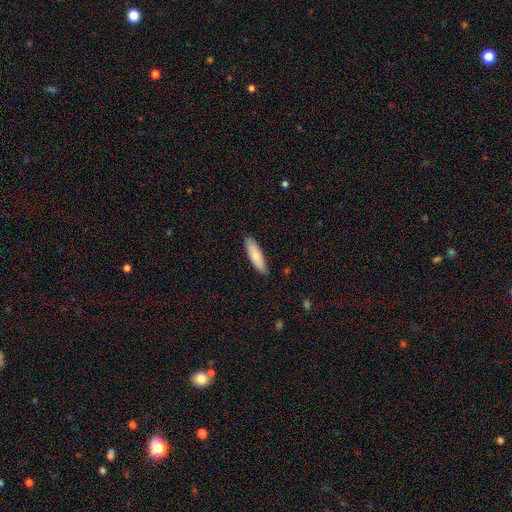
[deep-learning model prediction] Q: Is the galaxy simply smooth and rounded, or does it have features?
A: smooth — 79%.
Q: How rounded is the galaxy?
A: cigar-shaped — 61%.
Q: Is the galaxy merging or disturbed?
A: none — 86%.